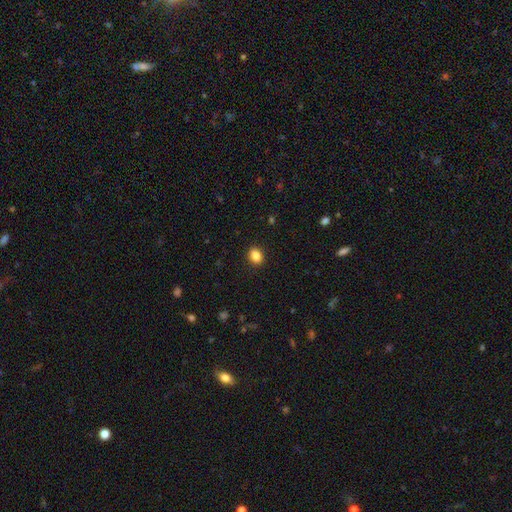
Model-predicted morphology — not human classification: This is clearly a smooth galaxy (86%). How rounded: possibly in between (52%). Merging: clearly none (90%).